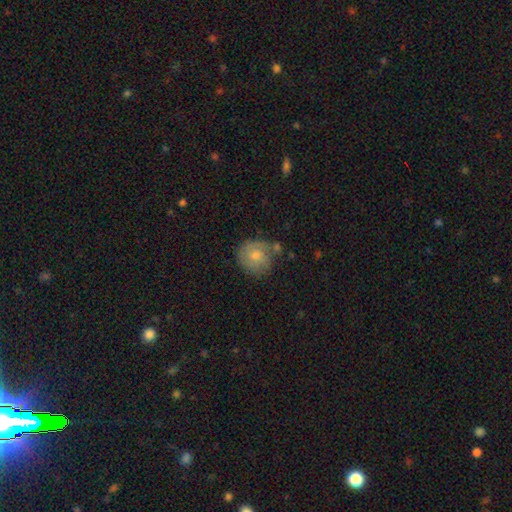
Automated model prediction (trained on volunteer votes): Smooth or featured? smooth (54%)
How rounded? round (84%)
Merging? none (65%)